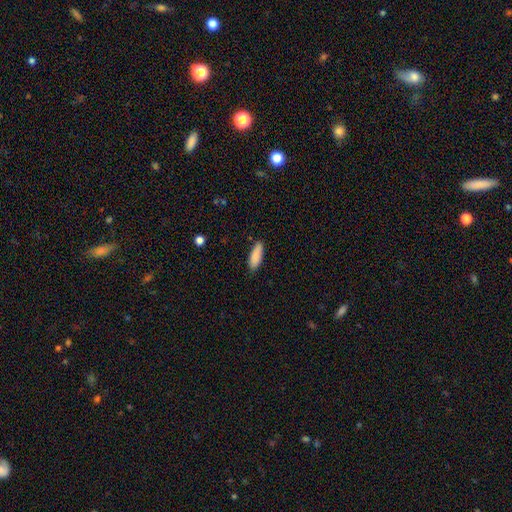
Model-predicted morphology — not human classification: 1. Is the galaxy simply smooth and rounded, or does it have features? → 88% smooth, 6% star or artifact, 5% featured or disk.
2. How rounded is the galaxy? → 61% in between, 38% cigar-shaped, 2% round.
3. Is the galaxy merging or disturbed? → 85% none, 12% minor disturbance, 2% major disturbance, 1% merger.